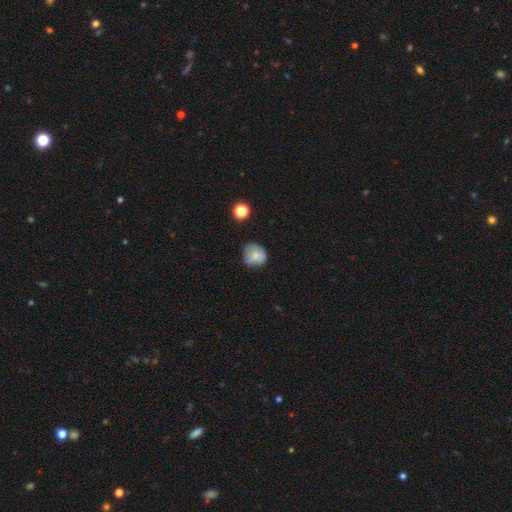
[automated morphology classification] A smooth galaxy with no disk features (75%) that is round (79%). Merging: none (60%).